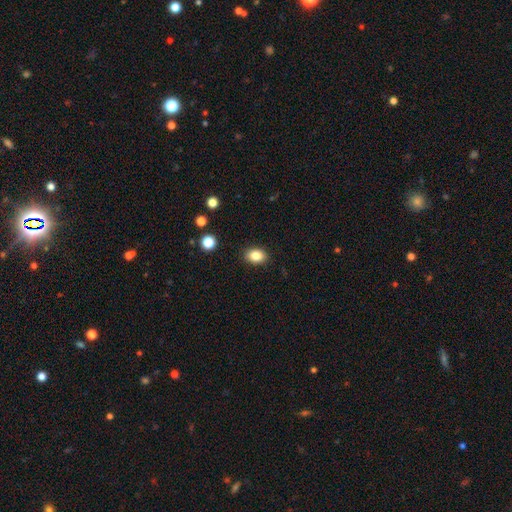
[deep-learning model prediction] smooth 85%, star or artifact 10%, featured or disk 5%. Down the decision tree: how rounded — in between (71%); merging — none (89%).